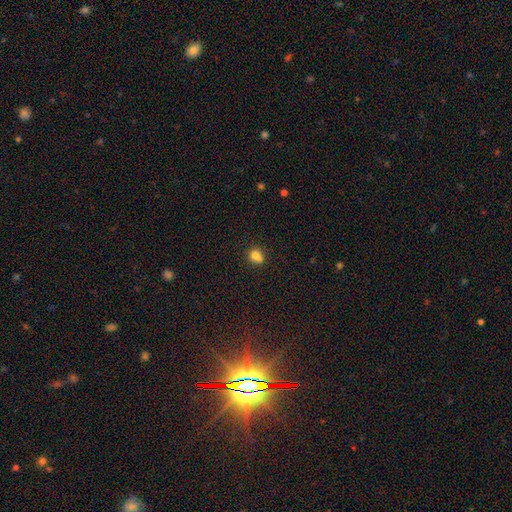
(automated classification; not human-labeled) Overall: smooth (76%). How rounded: round (67%; in between 31%). Merging: none (46%; merger 33%).